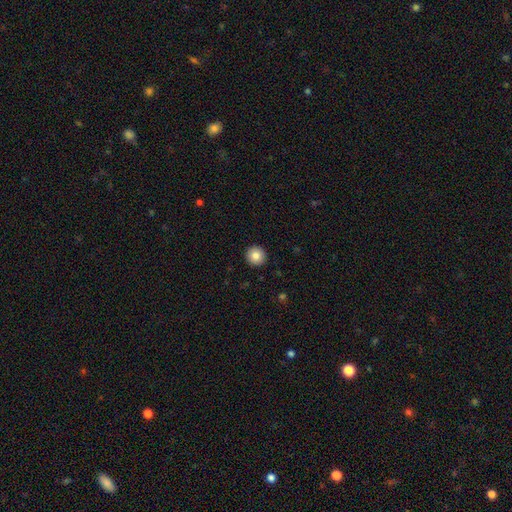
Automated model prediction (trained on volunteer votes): smooth_or_featured: smooth (p=0.84) [alt: star or artifact p=0.09]
how_rounded: round (p=0.95) [alt: in between p=0.04]
merging: none (p=0.93) [alt: minor disturbance p=0.05]